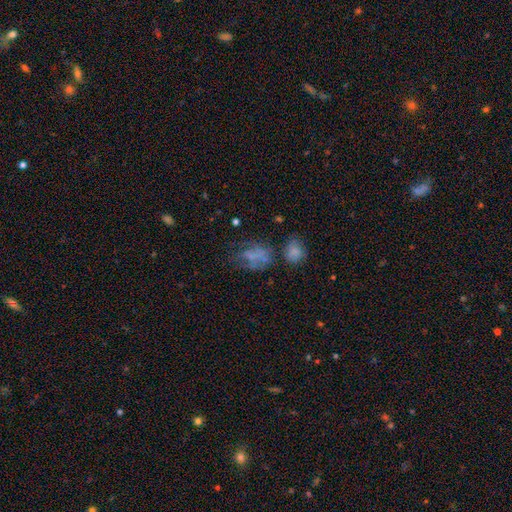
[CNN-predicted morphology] Smooth or featured? Predicted: smooth (p=0.47). Merging? Predicted: none (p=0.36).